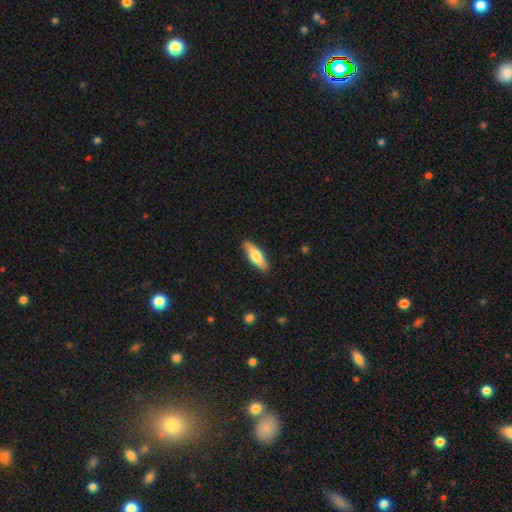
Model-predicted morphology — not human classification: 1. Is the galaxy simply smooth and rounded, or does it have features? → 62% smooth, 33% featured or disk, 6% star or artifact.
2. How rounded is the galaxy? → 53% cigar-shaped, 45% in between, 2% round.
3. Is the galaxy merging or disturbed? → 88% none, 9% minor disturbance, 2% major disturbance, 1% merger.